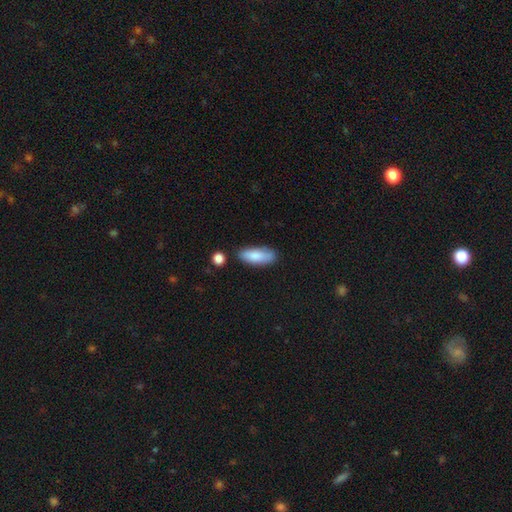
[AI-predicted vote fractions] This is clearly a smooth galaxy (83%). How rounded: likely in between (71%). Merging: likely none (74%).